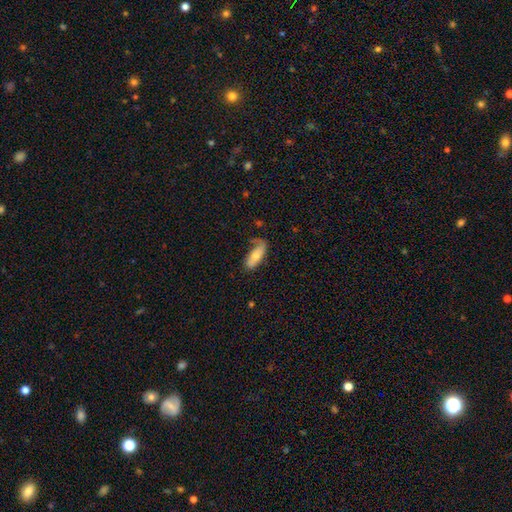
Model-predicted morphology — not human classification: This is possibly a smooth galaxy (54%). How rounded: likely in between (74%). Merging: possibly none (51%).